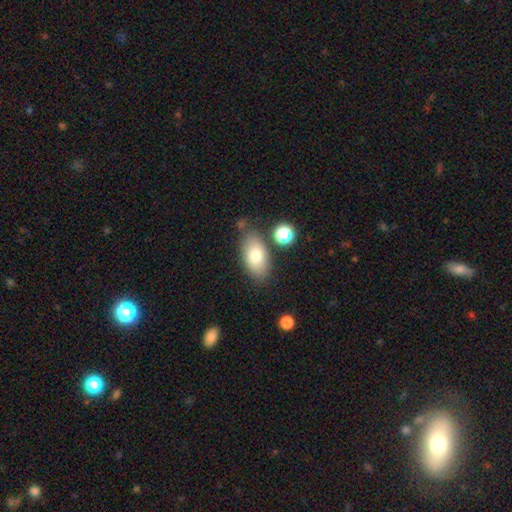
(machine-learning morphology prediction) The model was most divided on "merging": none: 74%, minor disturbance: 15%, merger: 7%, major disturbance: 4%. More confident: how rounded — in between (91%); smooth or featured — smooth (77%).